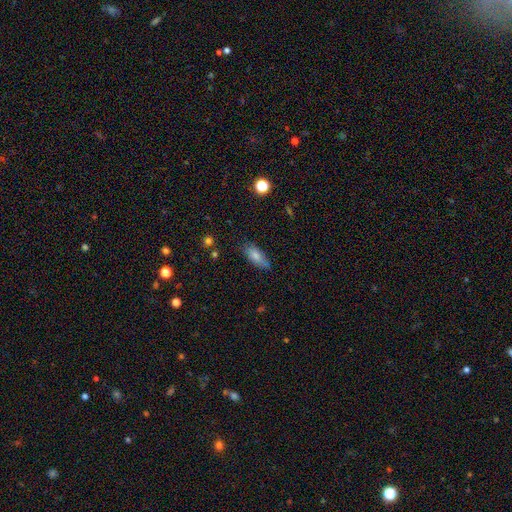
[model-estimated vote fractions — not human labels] Smooth or featured? smooth (78%)
How rounded? in between (74%)
Merging? none (76%)